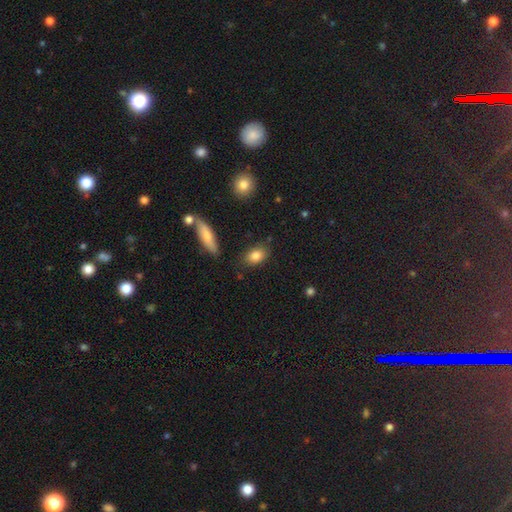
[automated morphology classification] Smooth or featured? smooth (83%)
How rounded? in between (81%)
Merging? none (82%)